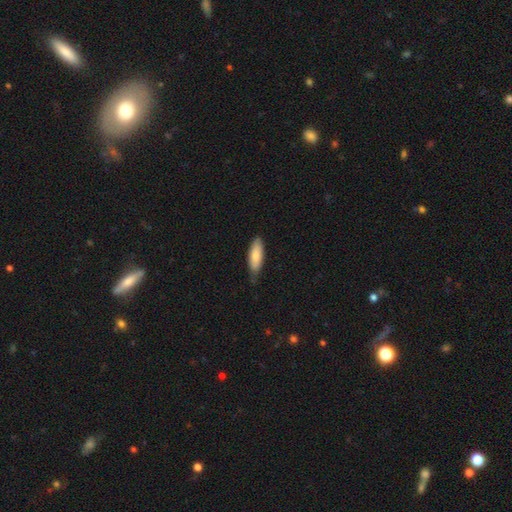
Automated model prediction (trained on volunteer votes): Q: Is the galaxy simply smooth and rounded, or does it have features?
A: smooth — 80%.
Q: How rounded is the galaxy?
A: in between — 58%.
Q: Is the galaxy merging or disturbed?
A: none — 68%.